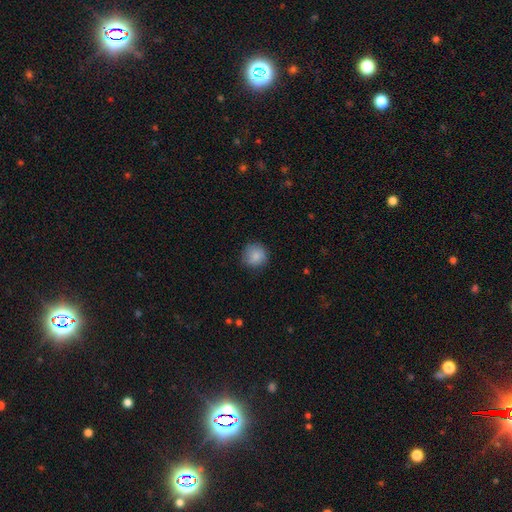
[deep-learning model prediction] Smooth or featured: smooth — 86% (star or artifact — 8%)
How rounded: round — 92% (in between — 7%)
Merging: none — 81% (minor disturbance — 15%)